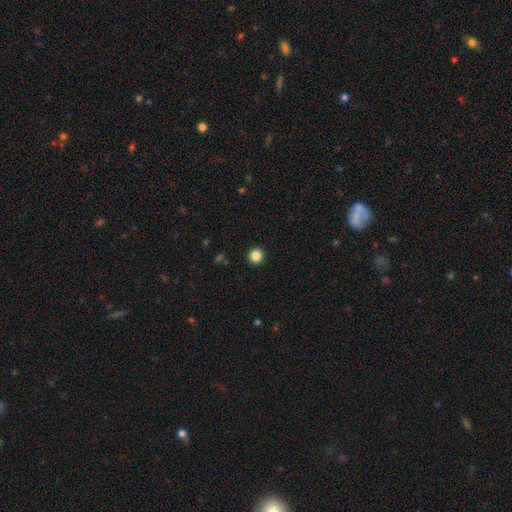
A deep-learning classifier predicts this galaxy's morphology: type=smooth (85%); roundness=round (95%); merging=none (93%).